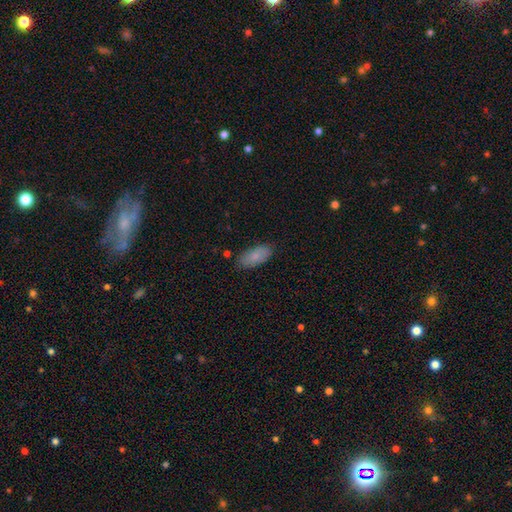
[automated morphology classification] Q: Smooth or featured?
A: smooth (84%); runner-up: featured or disk (9%)
Q: How rounded?
A: in between (87%); runner-up: cigar-shaped (11%)
Q: Merging?
A: none (79%); runner-up: minor disturbance (16%)